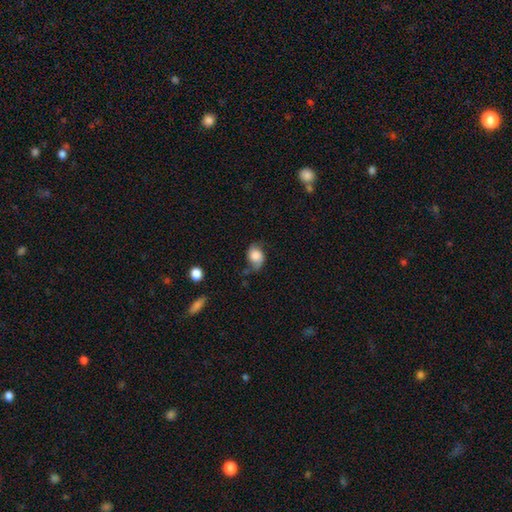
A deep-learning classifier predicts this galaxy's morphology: type=smooth (61%); roundness=in between (63%); merging=none (49%).